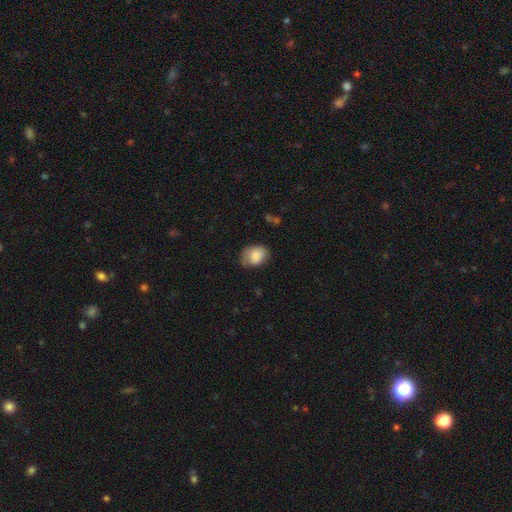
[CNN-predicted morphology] Q: Smooth or featured?
A: smooth (83%); runner-up: featured or disk (9%)
Q: How rounded?
A: in between (65%); runner-up: round (34%)
Q: Merging?
A: none (58%); runner-up: minor disturbance (31%)